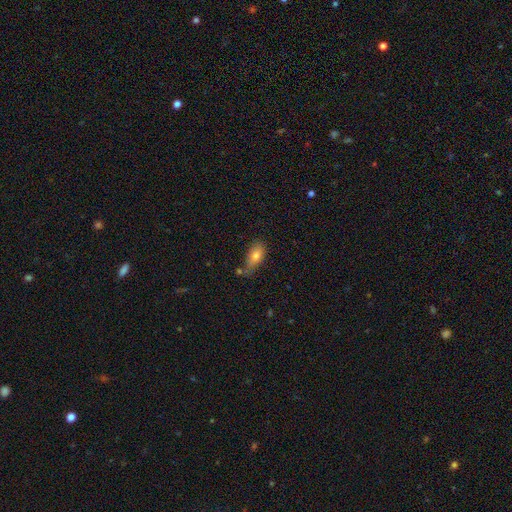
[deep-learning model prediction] Smooth or featured?
  - smooth: 80% *
  - featured or disk: 12%
  - star or artifact: 8%
How rounded?
  - in between: 88% *
  - cigar-shaped: 7%
  - round: 5%
Merging?
  - none: 53% *
  - minor disturbance: 26%
  - merger: 13%
  - major disturbance: 8%